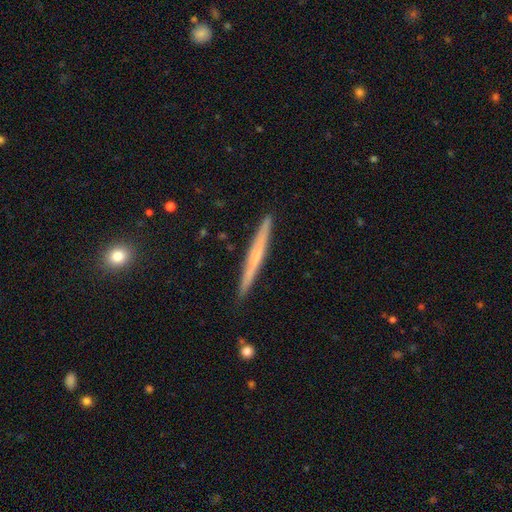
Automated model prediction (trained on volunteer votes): Morphology: type=featured or disk (53%); edge-on=yes (97%); edge-on bulge=none (63%); merging=none (90%).